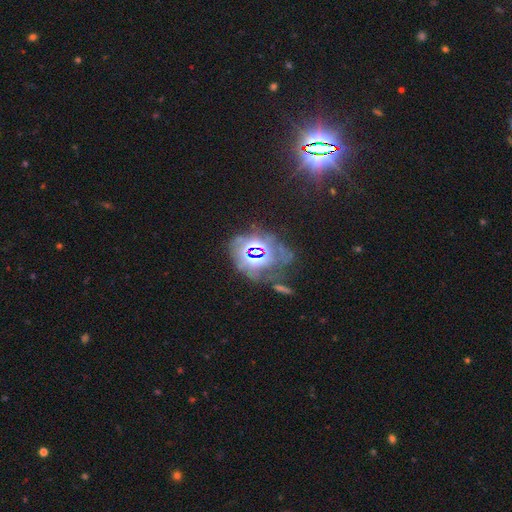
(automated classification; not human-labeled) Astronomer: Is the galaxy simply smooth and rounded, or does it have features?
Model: star or artifact — 55%.